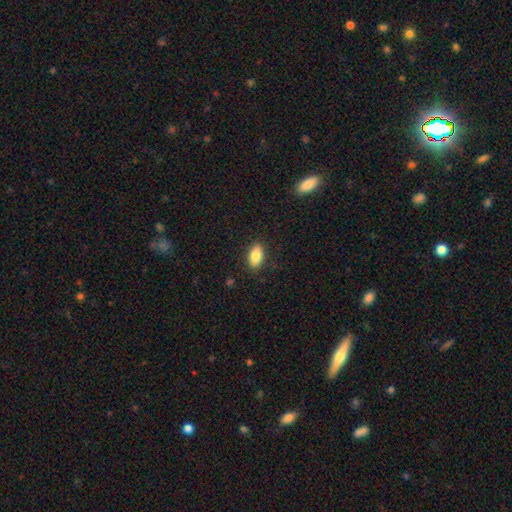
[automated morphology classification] A smooth galaxy with no disk features (85%) that is in between round and cigar-shaped (91%). Merging: none (88%).